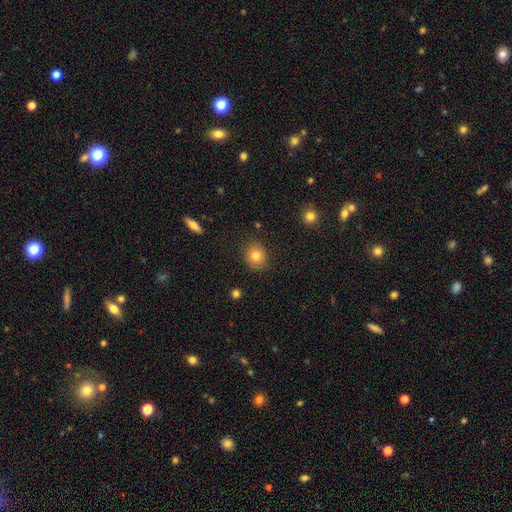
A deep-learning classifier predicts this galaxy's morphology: Smooth or featured? Predicted: smooth (p=0.78). How rounded? Predicted: round (p=0.69). Merging? Predicted: none (p=0.86).